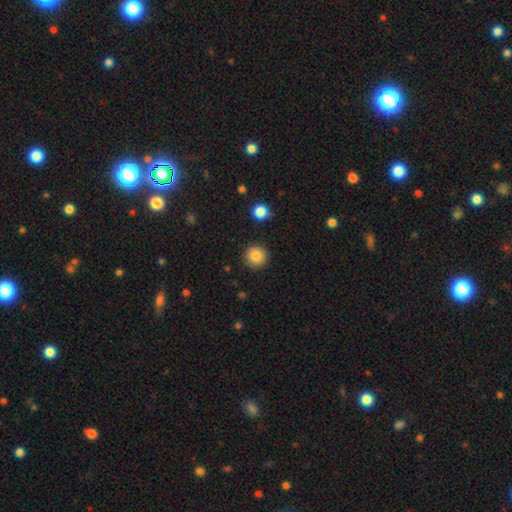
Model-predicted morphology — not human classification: A smooth galaxy with no disk features (86%) that is round (95%). Merging: none (91%).